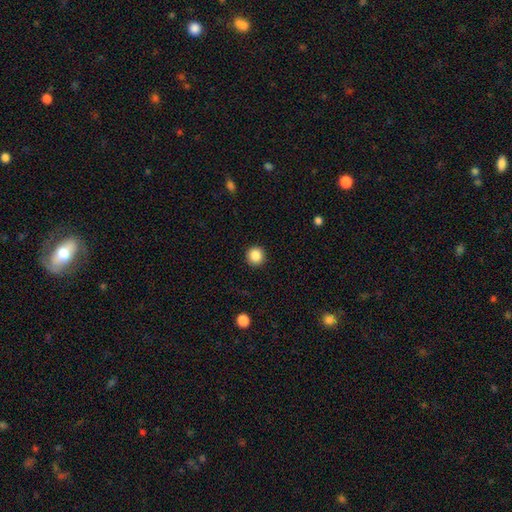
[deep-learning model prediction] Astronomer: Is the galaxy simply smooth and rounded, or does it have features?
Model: smooth — 87%.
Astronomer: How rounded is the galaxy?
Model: round — 94%.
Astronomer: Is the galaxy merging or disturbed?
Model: none — 92%.